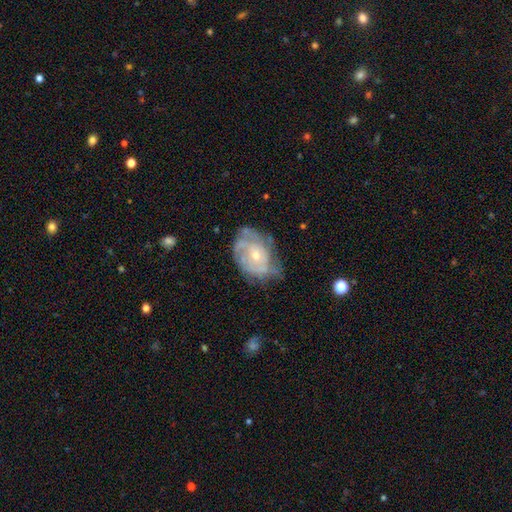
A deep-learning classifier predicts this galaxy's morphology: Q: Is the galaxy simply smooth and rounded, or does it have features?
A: featured or disk — 77%.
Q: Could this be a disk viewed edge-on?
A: no — 97%.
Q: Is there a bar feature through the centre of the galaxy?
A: no — 79%.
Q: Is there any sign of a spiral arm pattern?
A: yes — 83%.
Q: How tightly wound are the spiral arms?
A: tight — 58%.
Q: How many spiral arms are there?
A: can't tell — 45%.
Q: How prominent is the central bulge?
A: small — 59%.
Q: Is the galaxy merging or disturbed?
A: none — 54%.